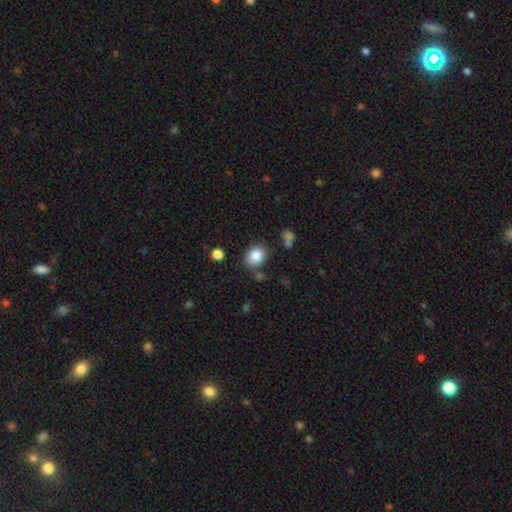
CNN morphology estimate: A smooth galaxy with no disk features (85%) that is round (52%). Merging: none (80%).